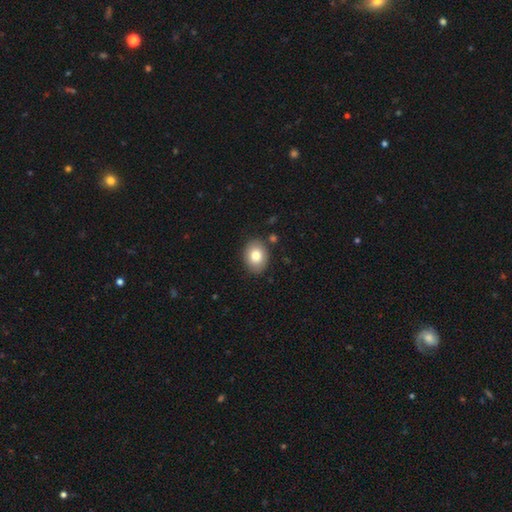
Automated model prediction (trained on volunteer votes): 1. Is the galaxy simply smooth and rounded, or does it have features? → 80% smooth, 12% featured or disk, 8% star or artifact.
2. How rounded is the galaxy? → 67% in between, 33% round, 1% cigar-shaped.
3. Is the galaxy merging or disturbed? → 86% none, 10% minor disturbance, 2% merger, 2% major disturbance.